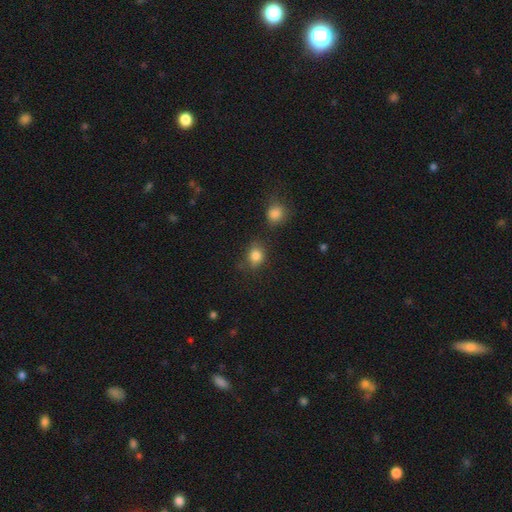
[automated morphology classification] A smooth galaxy with no disk features (83%) that is round (59%).

Vote fractions:
- Smooth or featured? smooth: 83% / star or artifact: 11% / featured or disk: 6%
- How rounded? round: 59% / in between: 40% / cigar-shaped: 1%
- Merging? none: 72% / minor disturbance: 16% / merger: 7% / major disturbance: 5%